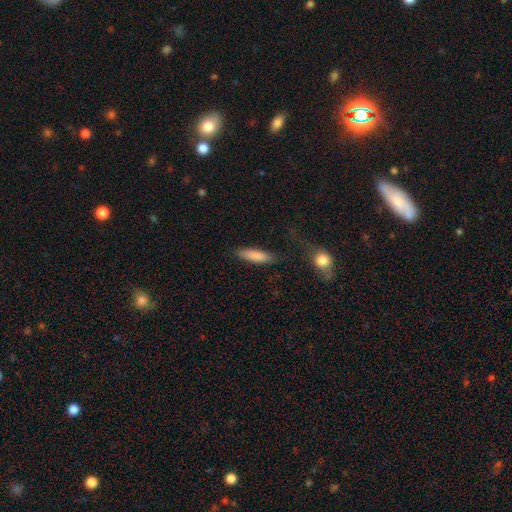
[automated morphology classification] Overall: smooth (85%). How rounded: cigar-shaped (64%; in between 34%). Merging: none (77%).